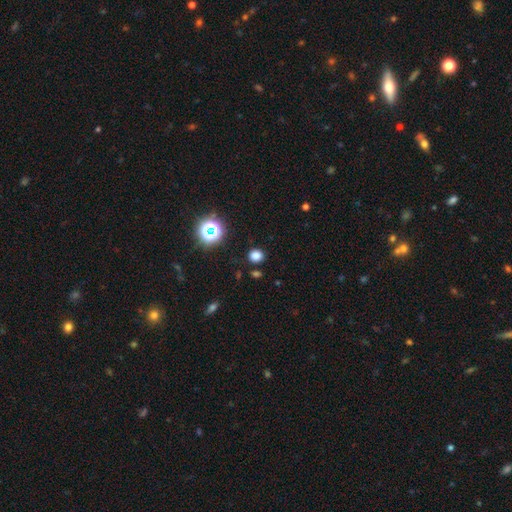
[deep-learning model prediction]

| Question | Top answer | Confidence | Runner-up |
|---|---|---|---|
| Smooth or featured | smooth | 74% | star or artifact (21%) |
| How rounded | round | 82% | in between (17%) |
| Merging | none | 88% | minor disturbance (7%) |